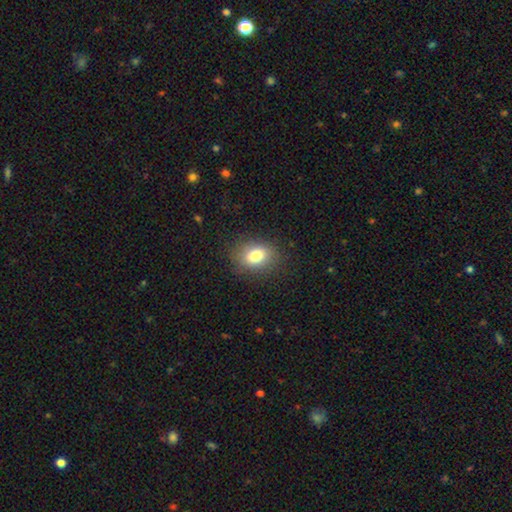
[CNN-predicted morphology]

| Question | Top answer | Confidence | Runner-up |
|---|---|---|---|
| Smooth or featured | smooth | 80% | star or artifact (10%) |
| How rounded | in between | 69% | round (29%) |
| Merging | none | 85% | minor disturbance (11%) |